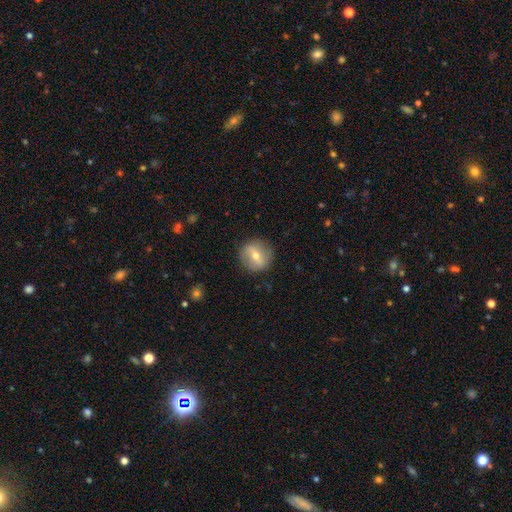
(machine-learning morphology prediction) A smooth galaxy with no disk features (50%). Merging: none (87%).